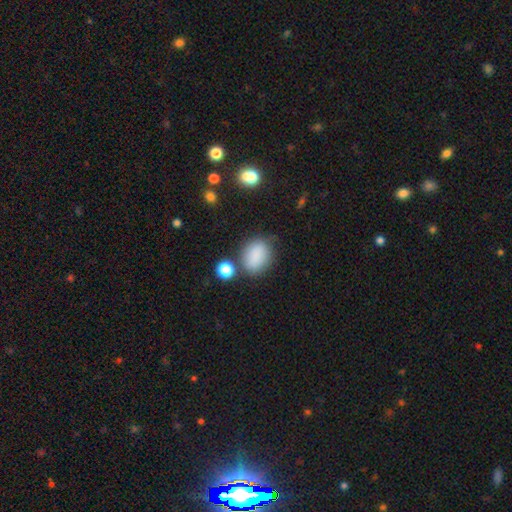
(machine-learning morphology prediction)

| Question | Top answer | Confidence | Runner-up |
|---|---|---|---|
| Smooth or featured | smooth | 83% | star or artifact (10%) |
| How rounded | in between | 59% | round (39%) |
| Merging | none | 67% | minor disturbance (18%) |